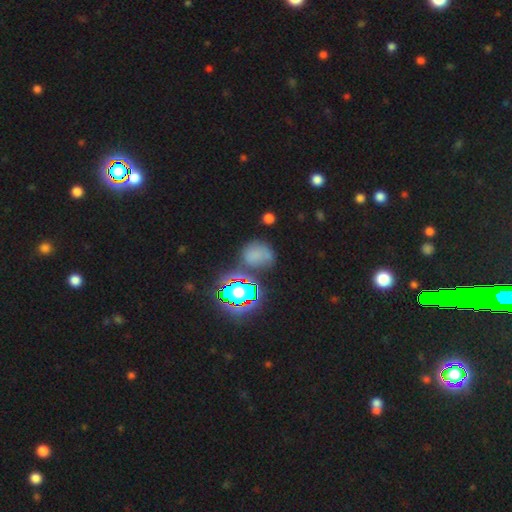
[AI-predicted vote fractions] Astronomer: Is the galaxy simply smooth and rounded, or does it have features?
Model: smooth — 53% (runner-up: star or artifact, 33%).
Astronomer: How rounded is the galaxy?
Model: round — 62%.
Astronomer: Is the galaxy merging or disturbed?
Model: none — 54%.